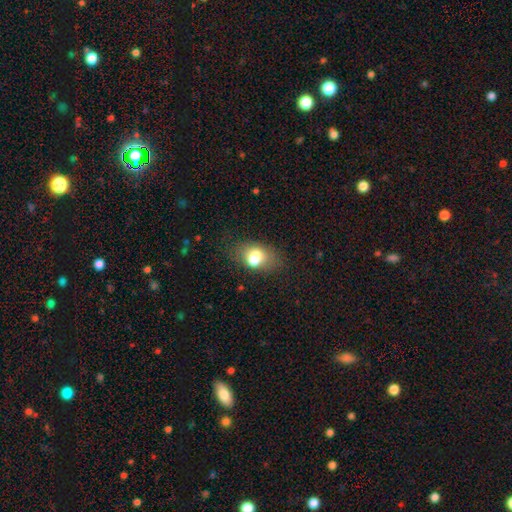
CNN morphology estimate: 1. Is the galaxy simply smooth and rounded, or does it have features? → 67% smooth, 22% featured or disk, 11% star or artifact.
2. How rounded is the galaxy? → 77% in between, 20% round, 3% cigar-shaped.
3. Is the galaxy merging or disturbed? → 61% none, 20% minor disturbance, 10% major disturbance, 9% merger.